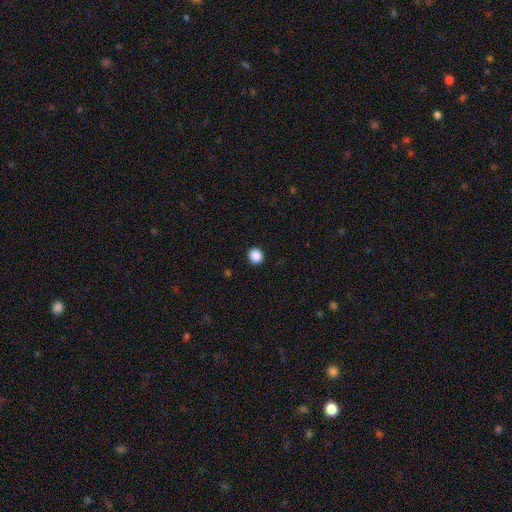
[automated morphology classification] Smooth or featured? smooth (88%)
How rounded? round (85%)
Merging? none (92%)